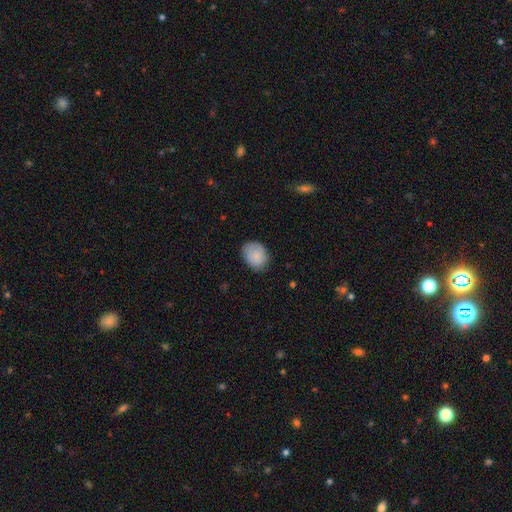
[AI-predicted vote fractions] The model was most divided on "how rounded": in between: 60%, round: 40%, cigar-shaped: 1%. More confident: smooth or featured — smooth (83%); merging — none (75%).